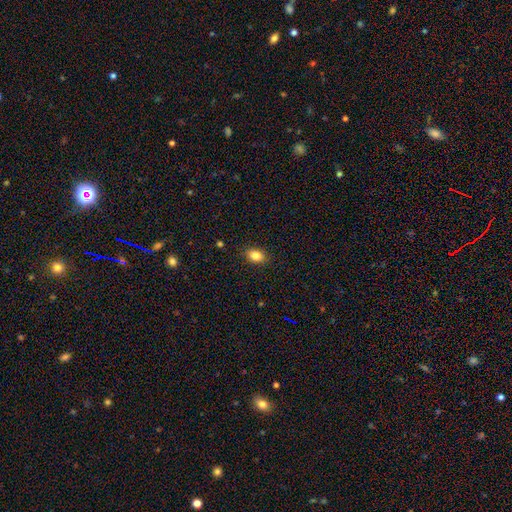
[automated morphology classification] This appears to be a smooth galaxy with no disk features (85%) that is in between round and cigar-shaped (78%). Merging: none (88%).